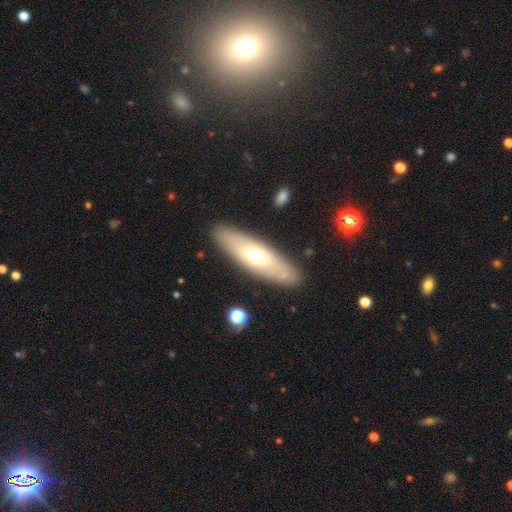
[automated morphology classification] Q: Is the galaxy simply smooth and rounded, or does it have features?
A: smooth — 53%.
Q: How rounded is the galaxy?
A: in between — 50%.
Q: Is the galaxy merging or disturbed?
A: none — 86%.